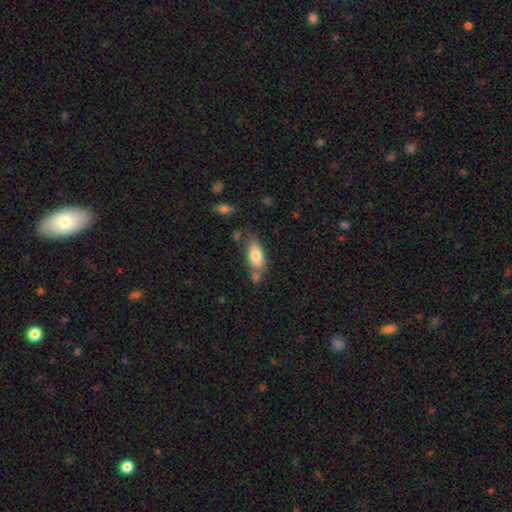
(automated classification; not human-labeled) Overall: smooth (77%). How rounded: in between (84%). Merging: none (59%; minor disturbance 19%).